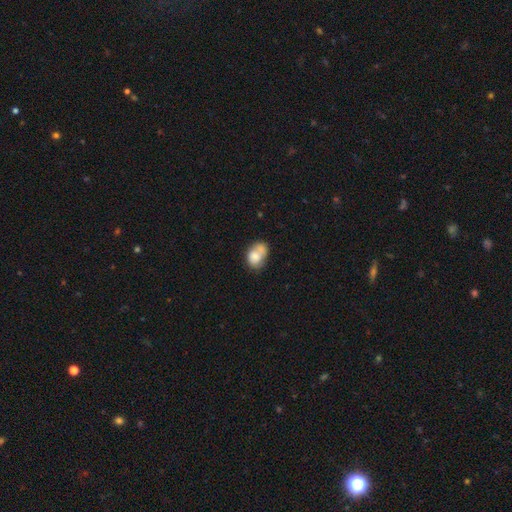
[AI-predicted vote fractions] Overall: smooth (72%). How rounded: in between (72%). Merging: merger (38%; none 31%).